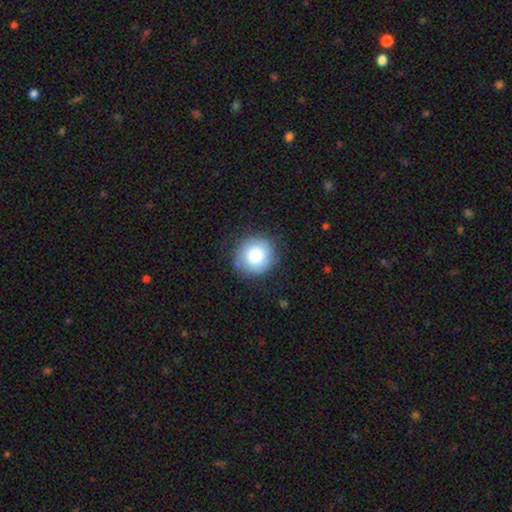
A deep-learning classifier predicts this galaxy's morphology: Q: Smooth or featured?
A: smooth (79%); runner-up: featured or disk (13%)
Q: How rounded?
A: round (94%); runner-up: in between (5%)
Q: Merging?
A: none (81%); runner-up: minor disturbance (13%)